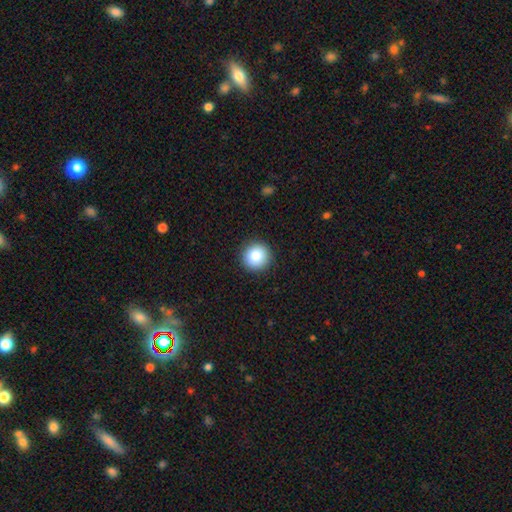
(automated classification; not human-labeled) The model was most divided on "smooth or featured": smooth: 84%, star or artifact: 9%, featured or disk: 6%. More confident: how rounded — round (94%); merging — none (92%).